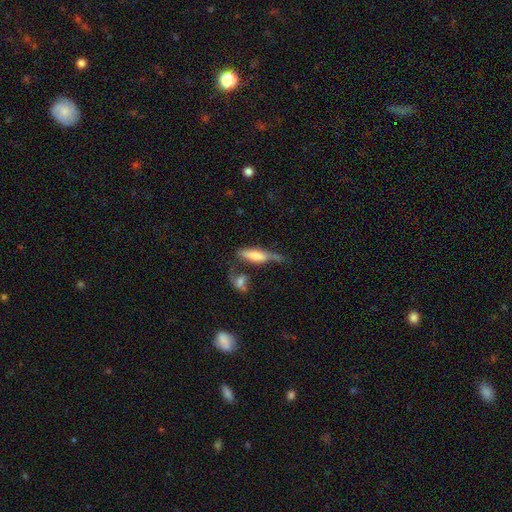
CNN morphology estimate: This appears to be a smooth galaxy with no disk features (57%) that is cigar-shaped (60%). Merging: none (33%).